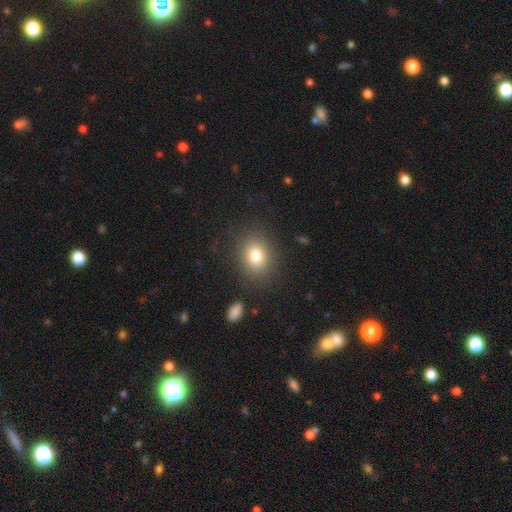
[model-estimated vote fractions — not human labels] smooth_or_featured: smooth (p=0.80) [alt: star or artifact p=0.12]
how_rounded: round (p=0.51) [alt: in between p=0.48]
merging: none (p=0.85) [alt: minor disturbance p=0.09]